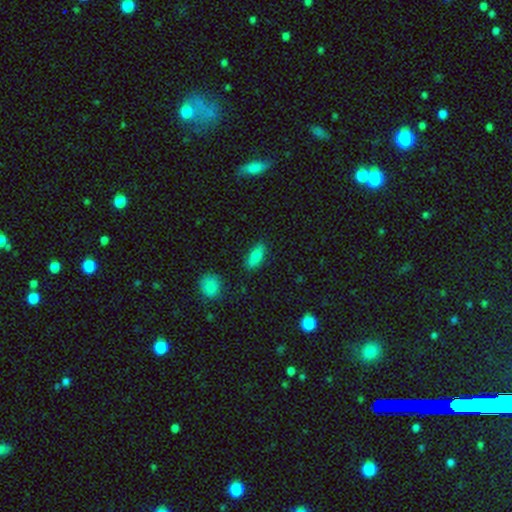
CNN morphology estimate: The model was most divided on "how rounded": in between: 81%, cigar-shaped: 15%, round: 4%. More confident: merging — none (85%); smooth or featured — smooth (79%).